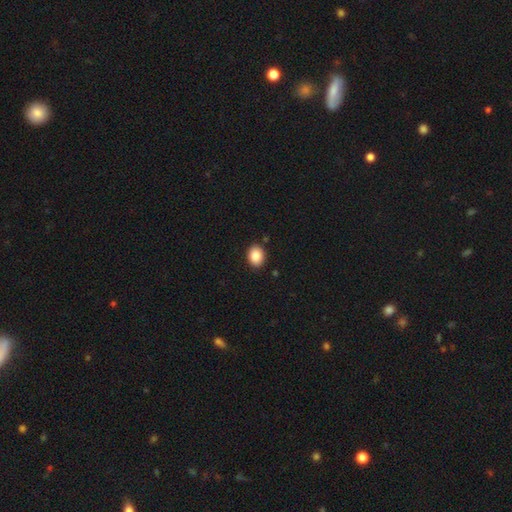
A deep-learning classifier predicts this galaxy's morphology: Smooth or featured: smooth — 88% (star or artifact — 8%)
How rounded: in between — 60% (round — 39%)
Merging: none — 89% (minor disturbance — 8%)